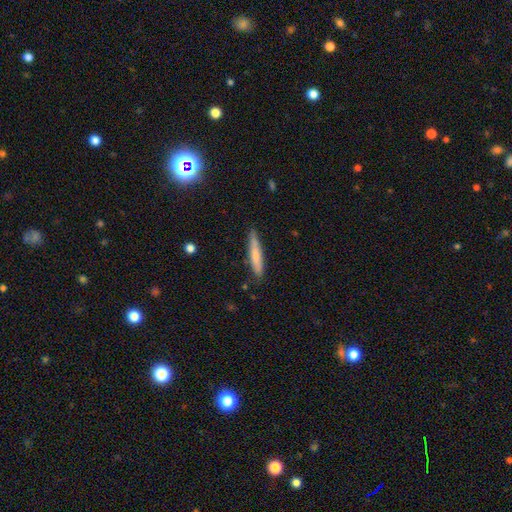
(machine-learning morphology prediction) Smooth or featured? Predicted: smooth (p=0.68). How rounded? Predicted: cigar-shaped (p=0.91). Merging? Predicted: none (p=0.82).